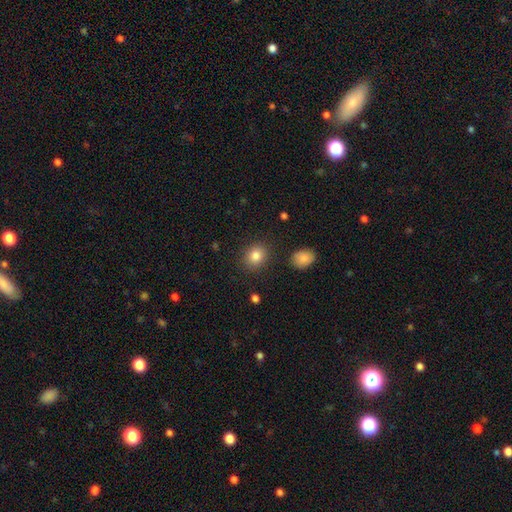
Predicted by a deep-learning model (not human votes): Q: Smooth or featured?
A: smooth (83%); runner-up: star or artifact (10%)
Q: How rounded?
A: round (66%); runner-up: in between (33%)
Q: Merging?
A: none (87%); runner-up: minor disturbance (8%)